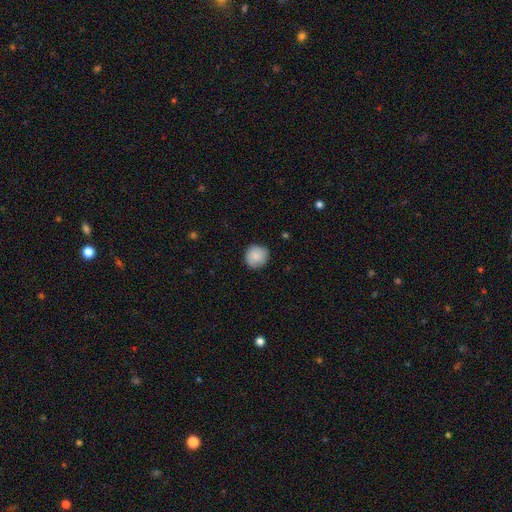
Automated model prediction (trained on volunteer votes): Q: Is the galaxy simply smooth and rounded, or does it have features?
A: smooth — 86%.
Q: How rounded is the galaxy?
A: round — 93%.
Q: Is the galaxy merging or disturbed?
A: none — 87%.